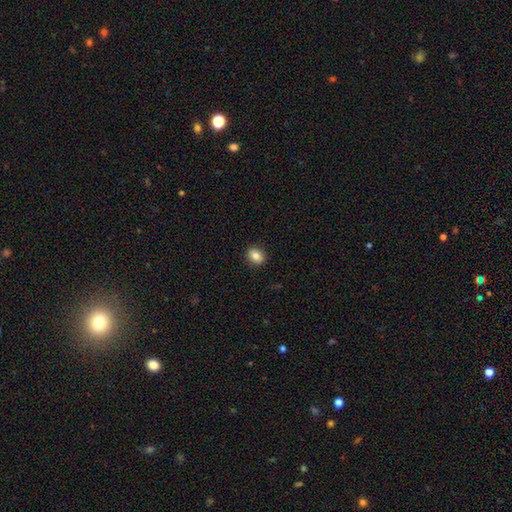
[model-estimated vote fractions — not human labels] smooth_or_featured: smooth (p=0.83) [alt: star or artifact p=0.09]
how_rounded: round (p=0.55) [alt: in between p=0.44]
merging: none (p=0.90) [alt: minor disturbance p=0.07]